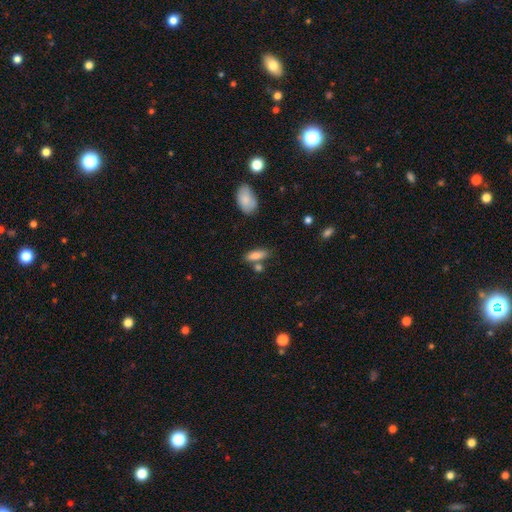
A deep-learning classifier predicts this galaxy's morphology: smooth-or-featured: smooth: 83% | featured or disk: 10% | star or artifact: 8%
  how-rounded: in between: 62% | cigar-shaped: 35% | round: 3%
  merging: none: 64% | merger: 18% | minor disturbance: 14% | major disturbance: 4%